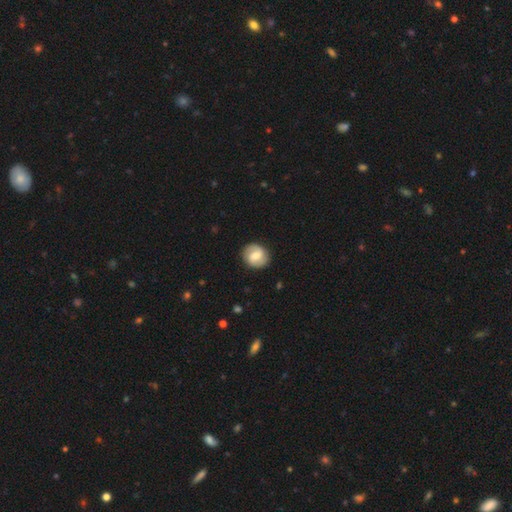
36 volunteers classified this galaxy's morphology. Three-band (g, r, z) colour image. It shows a featured or disk galaxy (67%) with no bar (50%), 2 (95%) loose (59%) spiral arms (92%) and a moderate central bulge (58%). Merging: none (91%).